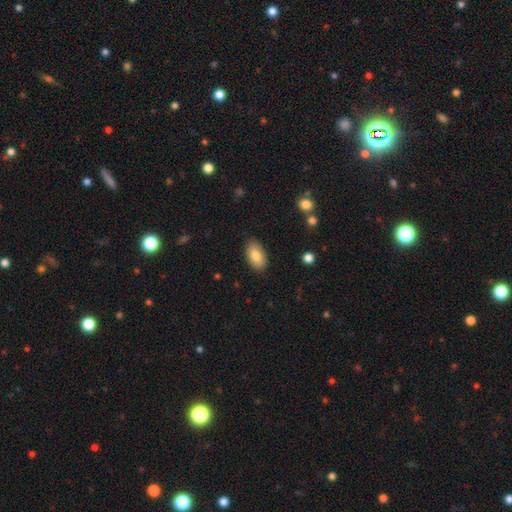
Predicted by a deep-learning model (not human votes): This is clearly a smooth galaxy (81%). How rounded: clearly in between (94%). Merging: clearly none (87%).